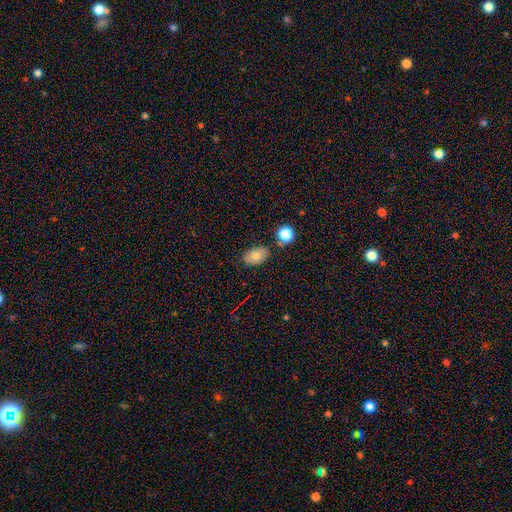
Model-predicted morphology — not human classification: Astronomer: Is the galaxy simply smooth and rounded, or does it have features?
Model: smooth — 77%.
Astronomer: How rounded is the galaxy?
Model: in between — 88%.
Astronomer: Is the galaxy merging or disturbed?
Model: none — 78%.